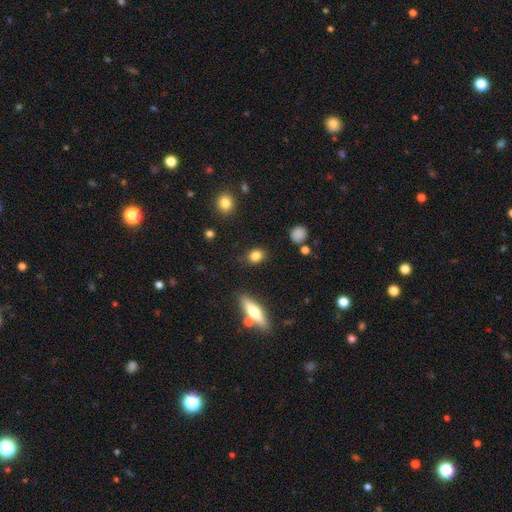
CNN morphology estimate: type=smooth (82%); roundness=round (59%); merging=none (84%).